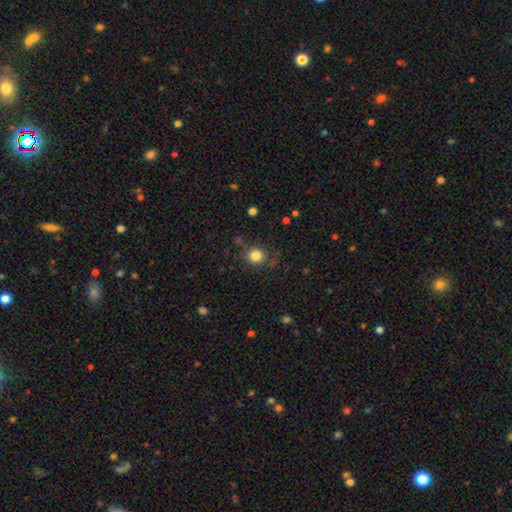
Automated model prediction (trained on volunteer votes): This appears to be a smooth galaxy with no disk features (82%) that is round (89%). Merging: none (82%).